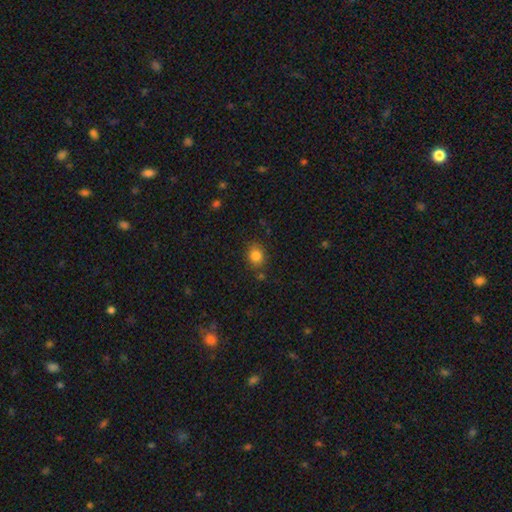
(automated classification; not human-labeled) Q: Smooth or featured?
A: smooth (83%); runner-up: star or artifact (11%)
Q: How rounded?
A: round (63%); runner-up: in between (36%)
Q: Merging?
A: none (80%); runner-up: minor disturbance (13%)